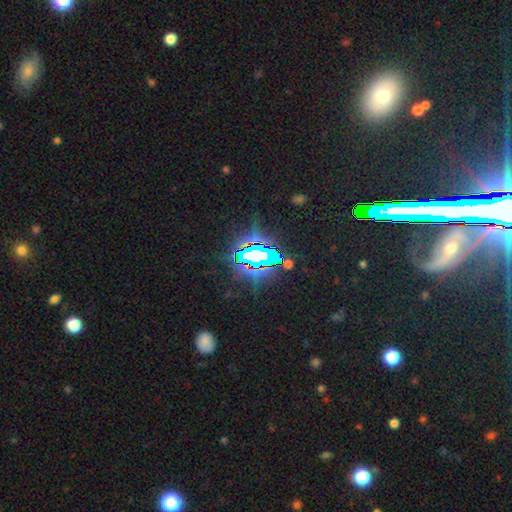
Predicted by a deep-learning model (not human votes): A star or artifact, not a galaxy (77%).